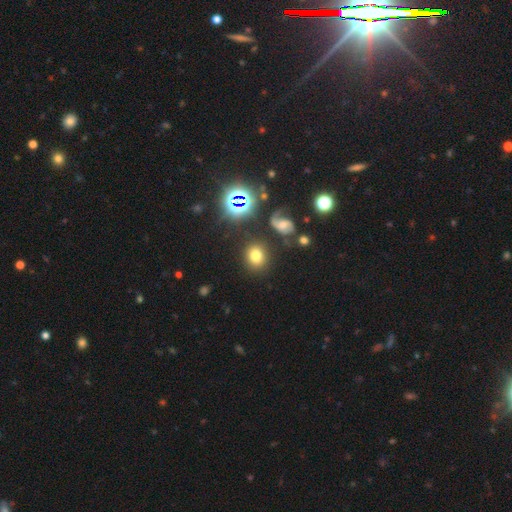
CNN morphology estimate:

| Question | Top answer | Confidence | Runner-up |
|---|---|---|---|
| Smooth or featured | smooth | 68% | star or artifact (19%) |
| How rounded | round | 69% | in between (30%) |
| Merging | none | 80% | minor disturbance (10%) |